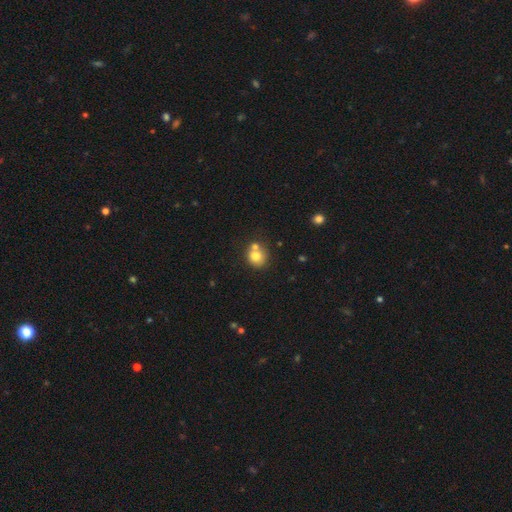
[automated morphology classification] Overall: smooth (77%). How rounded: round (80%). Merging: none (51%; merger 34%).